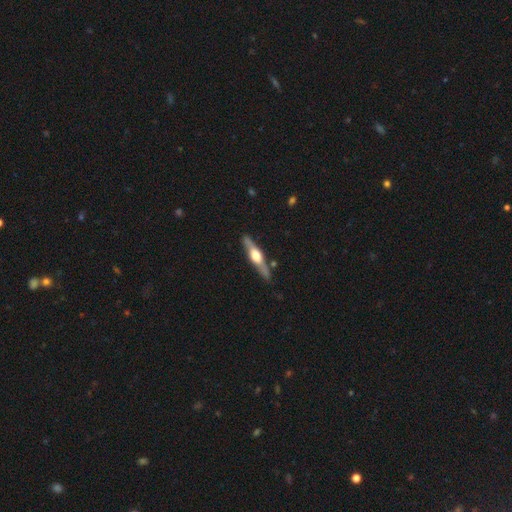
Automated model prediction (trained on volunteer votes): Smooth or featured: featured or disk — 70% (smooth — 25%)
Edge-on disk: yes — 96% (no — 4%)
Edge-on bulge: rounded — 91% (boxy — 7%)
Merging: none — 85% (minor disturbance — 10%)